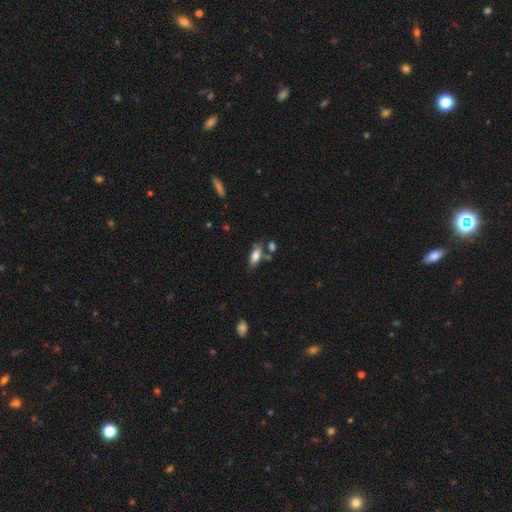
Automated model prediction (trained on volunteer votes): The model was most divided on "merging": none: 65%, minor disturbance: 16%, merger: 14%, major disturbance: 5%. More confident: how rounded — in between (79%); smooth or featured — smooth (76%).